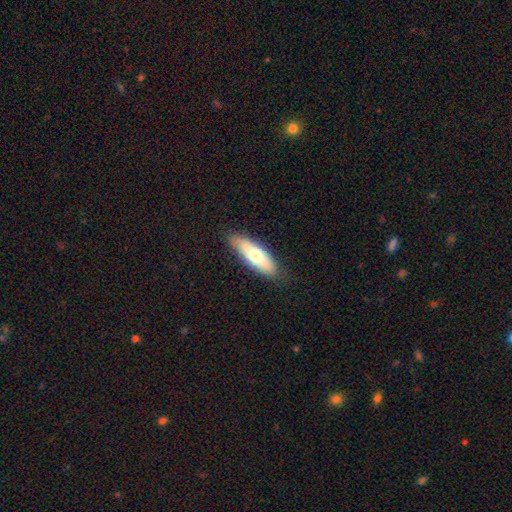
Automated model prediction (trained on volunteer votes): A smooth galaxy with no disk features (67%) that is in between round and cigar-shaped (57%). Merging: none (83%).